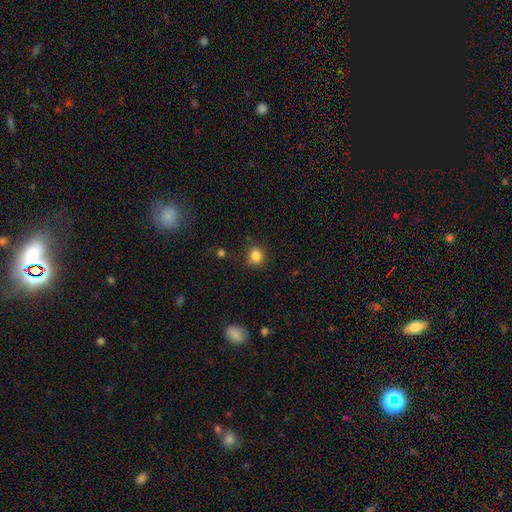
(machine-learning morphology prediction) Smooth or featured: smooth — 84% (star or artifact — 11%)
How rounded: round — 85% (in between — 14%)
Merging: none — 82% (minor disturbance — 13%)